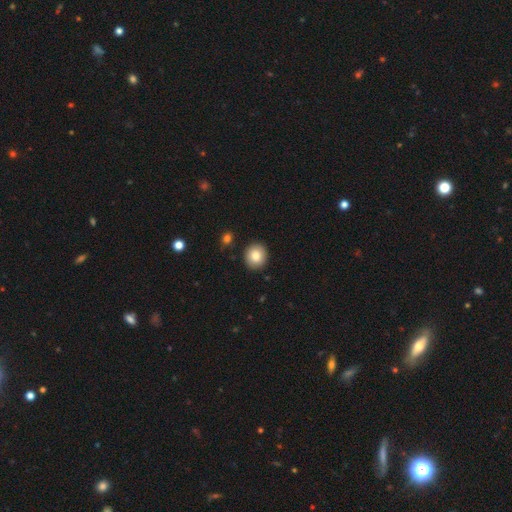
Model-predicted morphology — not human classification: This appears to be a smooth galaxy with no disk features (84%) that is round (87%). Merging: none (90%).